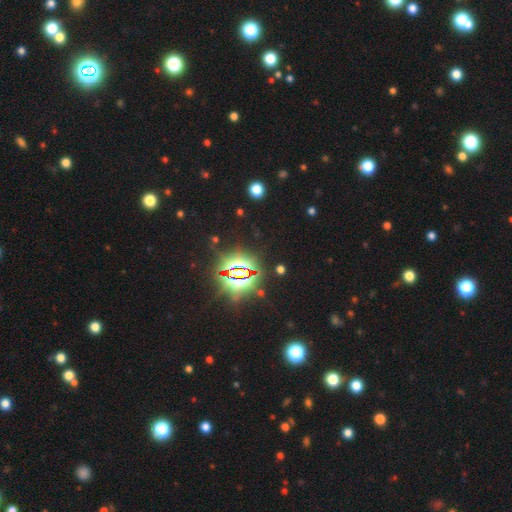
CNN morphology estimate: A star or artifact, not a galaxy (84%).